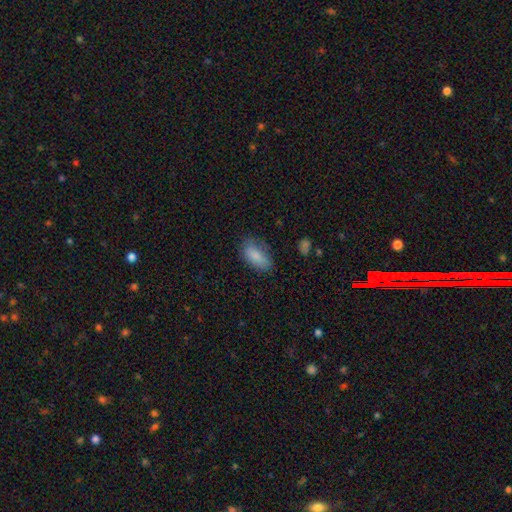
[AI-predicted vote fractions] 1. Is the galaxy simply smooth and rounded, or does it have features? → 84% smooth, 9% featured or disk, 7% star or artifact.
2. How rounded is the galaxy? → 88% in between, 9% cigar-shaped, 3% round.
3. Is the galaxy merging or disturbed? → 70% none, 22% minor disturbance, 6% major disturbance, 2% merger.